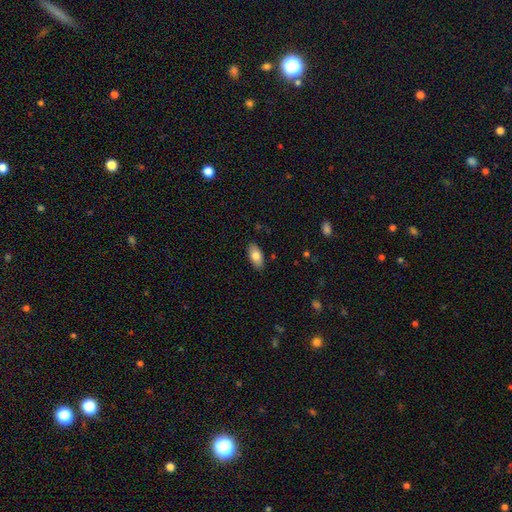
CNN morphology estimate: type=smooth (80%); roundness=in between (91%); merging=none (87%).